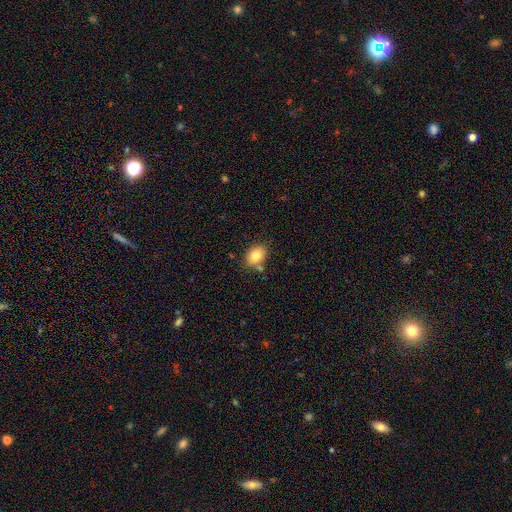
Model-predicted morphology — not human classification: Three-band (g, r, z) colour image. It shows a smooth galaxy with no disk features (83%) that is in between round and cigar-shaped (70%). Merging: none (77%).